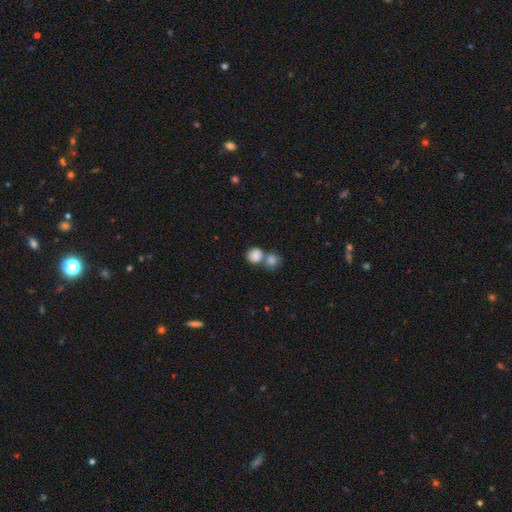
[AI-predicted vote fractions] A smooth galaxy with no disk features (84%) that is round (80%). Merging: merger (53%).